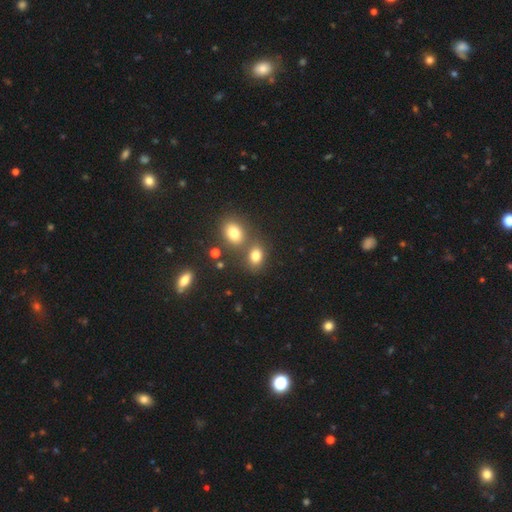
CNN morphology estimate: The model was most divided on "merging": none: 55%, merger: 31%, minor disturbance: 10%, major disturbance: 4%. More confident: smooth or featured — smooth (78%); how rounded — in between (63%).